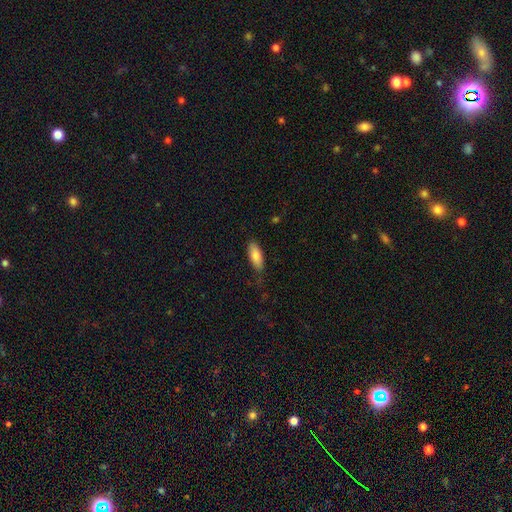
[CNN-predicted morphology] Smooth or featured? smooth (81%)
How rounded? in between (77%)
Merging? none (77%)